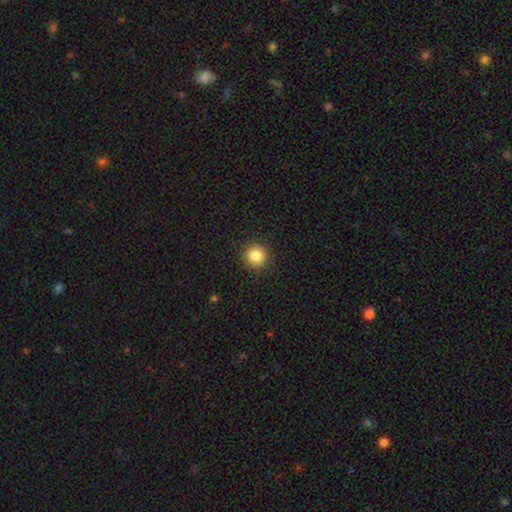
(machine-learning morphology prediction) A smooth galaxy with no disk features (85%) that is round (94%).

Vote fractions:
- Smooth or featured? smooth: 85% / star or artifact: 10% / featured or disk: 5%
- How rounded? round: 94% / in between: 5% / cigar-shaped: 1%
- Merging? none: 92% / minor disturbance: 5% / major disturbance: 2% / merger: 1%